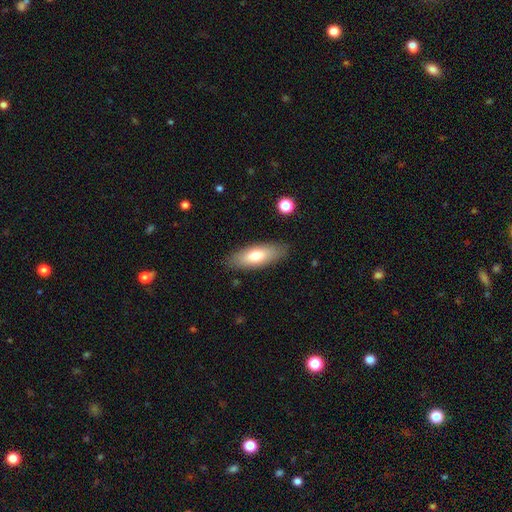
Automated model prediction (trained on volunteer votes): The model was most divided on "how rounded": in between: 71%, cigar-shaped: 27%, round: 2%. More confident: merging — none (85%); smooth or featured — smooth (70%).